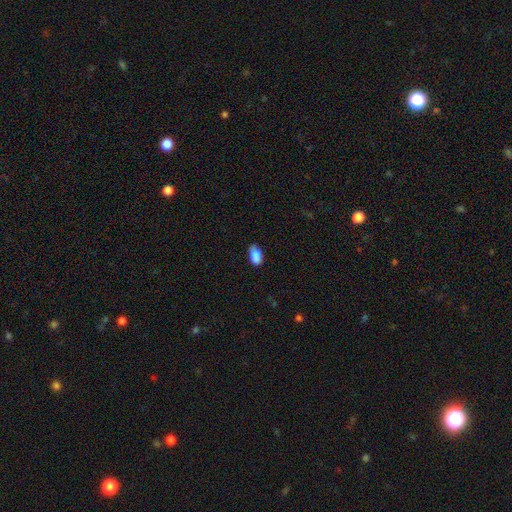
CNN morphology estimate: smooth_or_featured: smooth (p=0.85) [alt: star or artifact p=0.08]
how_rounded: in between (p=0.91) [alt: round p=0.06]
merging: none (p=0.59) [alt: minor disturbance p=0.32]